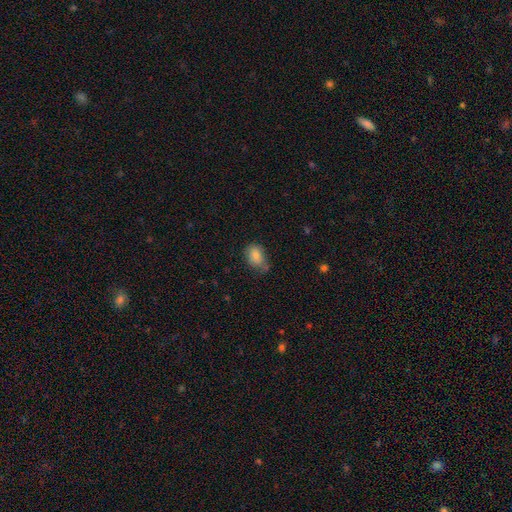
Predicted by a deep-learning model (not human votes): Smooth or featured? Predicted: smooth (p=0.83). How rounded? Predicted: in between (p=0.73). Merging? Predicted: none (p=0.53).